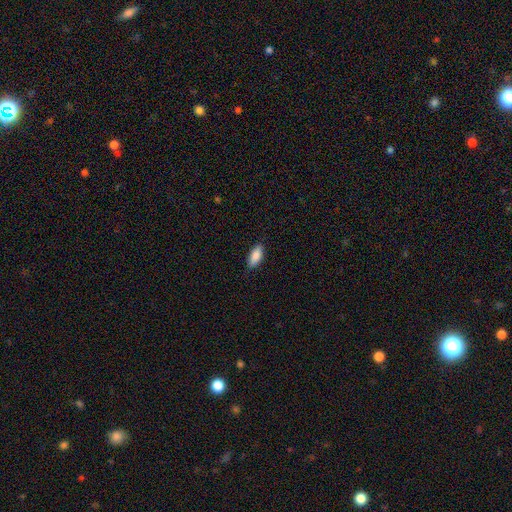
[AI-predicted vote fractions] Overall: smooth (88%). How rounded: in between (82%). Merging: none (86%).